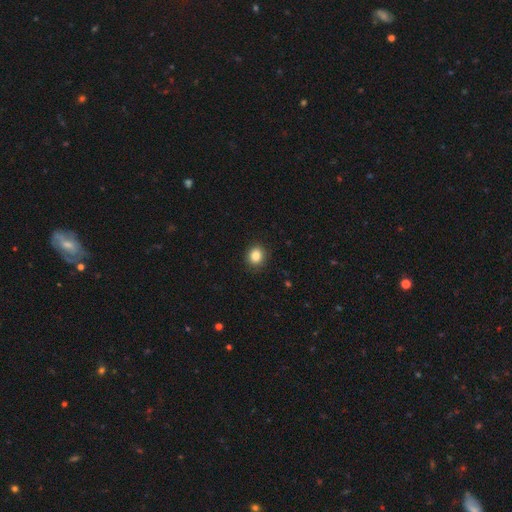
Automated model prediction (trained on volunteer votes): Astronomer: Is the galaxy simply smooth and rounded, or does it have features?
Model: smooth — 86%.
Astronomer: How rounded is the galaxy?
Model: round — 77%.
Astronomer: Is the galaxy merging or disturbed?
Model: none — 89%.